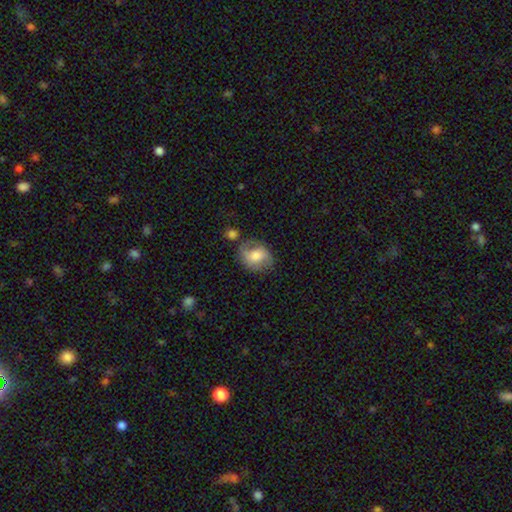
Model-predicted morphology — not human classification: smooth 54%, featured or disk 38%, star or artifact 8%. Down the decision tree: how rounded — round (54%); merging — none (61%).